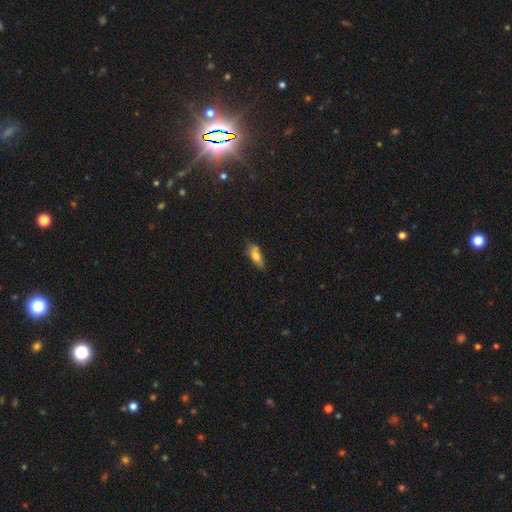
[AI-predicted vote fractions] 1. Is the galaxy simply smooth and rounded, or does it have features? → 73% smooth, 19% featured or disk, 8% star or artifact.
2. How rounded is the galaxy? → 69% in between, 28% cigar-shaped, 3% round.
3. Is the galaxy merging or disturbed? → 69% none, 22% minor disturbance, 4% major disturbance, 4% merger.